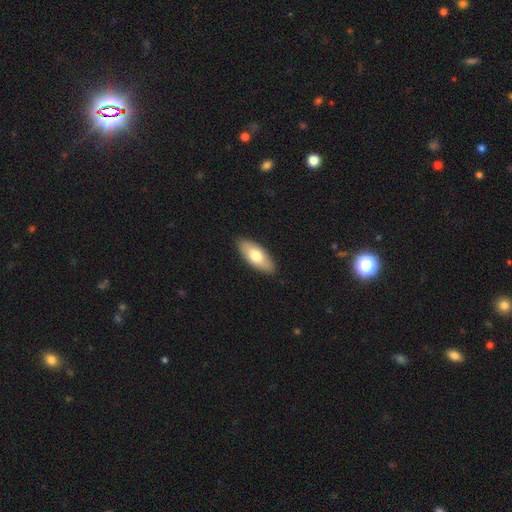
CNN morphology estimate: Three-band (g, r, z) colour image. It shows a smooth galaxy with no disk features (71%) that is in between round and cigar-shaped (85%). Merging: none (89%).